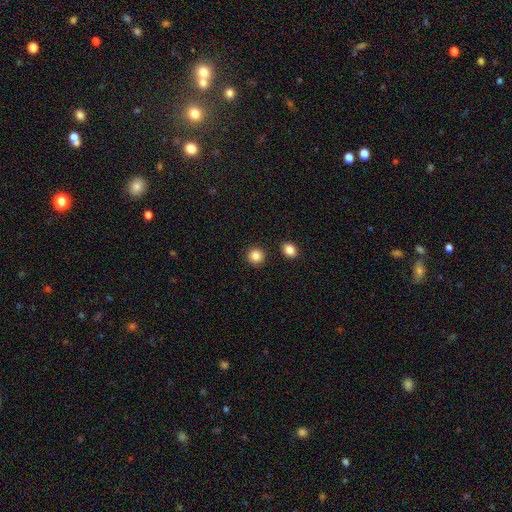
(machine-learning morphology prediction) This appears to be a smooth galaxy with no disk features (86%) that is round (93%). Merging: none (89%).